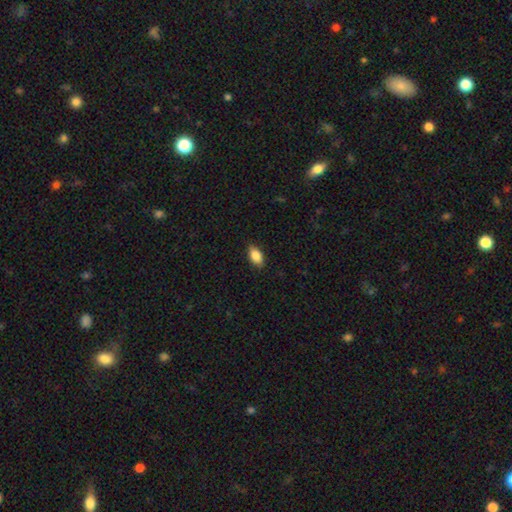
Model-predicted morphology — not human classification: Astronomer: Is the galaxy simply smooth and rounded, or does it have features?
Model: smooth — 85%.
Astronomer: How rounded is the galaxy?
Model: in between — 89%.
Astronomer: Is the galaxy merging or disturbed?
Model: none — 84%.